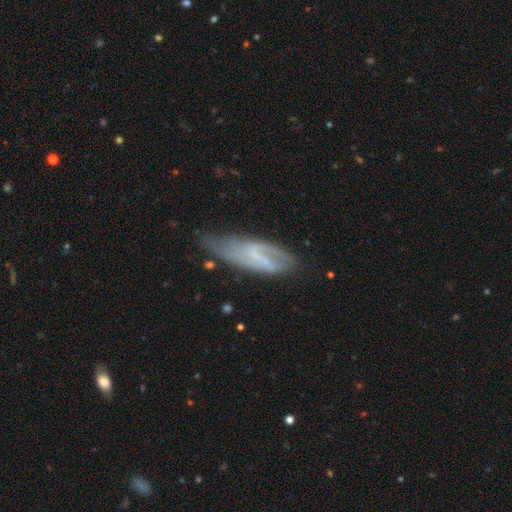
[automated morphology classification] Overall: featured or disk (66%). Edge-on disk: no (83%). Bar: weak (38%, tied with strong). Spiral arms: yes (74%). Bulge size: none (44%; small 43%). Merging: none (49%; minor disturbance 31%).